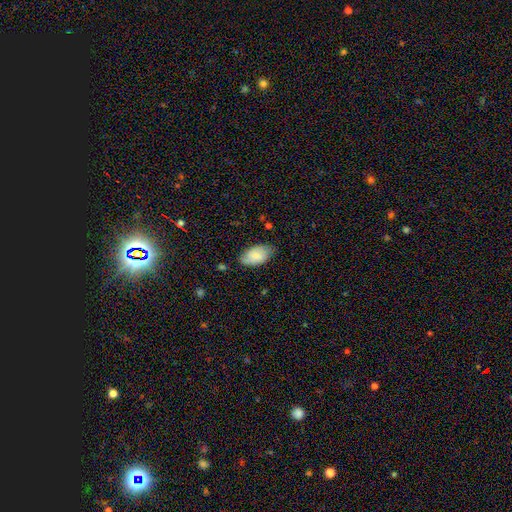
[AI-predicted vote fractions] Smooth or featured? smooth (70%)
How rounded? in between (94%)
Merging? none (72%)